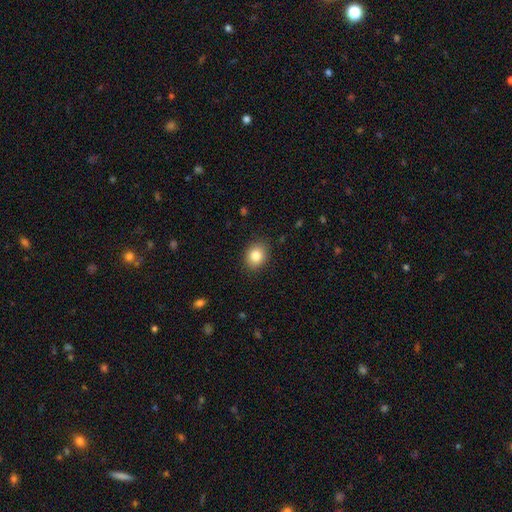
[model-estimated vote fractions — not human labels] smooth 84%, star or artifact 9%, featured or disk 7%. Down the decision tree: how rounded — round (55%); merging — none (87%).